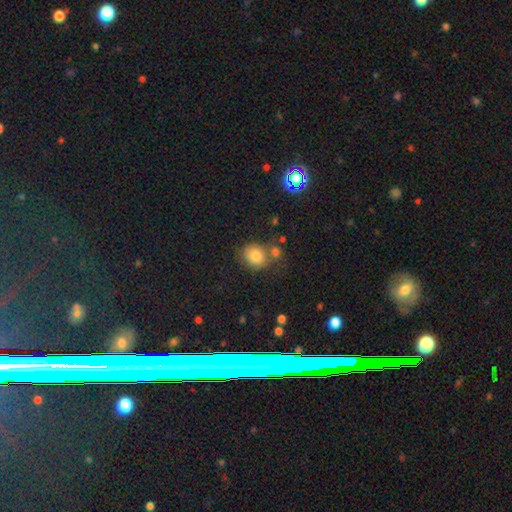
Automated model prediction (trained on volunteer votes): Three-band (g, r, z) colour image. It shows a smooth galaxy with no disk features (81%) that is round (70%). Merging: none (61%).